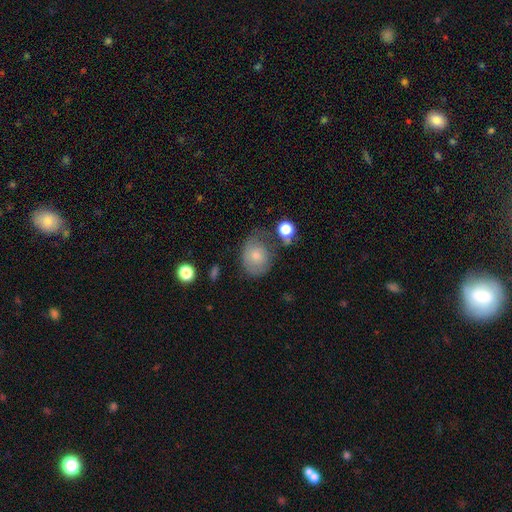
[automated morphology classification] Q: Smooth or featured?
A: smooth (68%); runner-up: featured or disk (23%)
Q: How rounded?
A: round (53%); runner-up: in between (46%)
Q: Merging?
A: none (42%); runner-up: minor disturbance (31%)